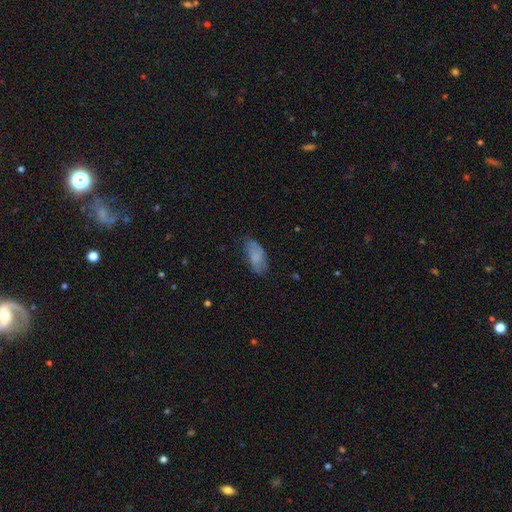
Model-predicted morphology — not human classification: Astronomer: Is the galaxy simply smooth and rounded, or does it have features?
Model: smooth — 74%.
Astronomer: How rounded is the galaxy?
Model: in between — 88%.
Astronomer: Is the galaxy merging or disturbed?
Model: none — 61%.